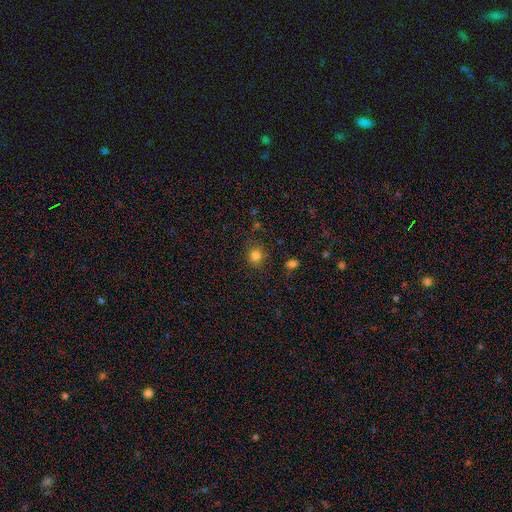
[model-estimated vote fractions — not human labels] Morphology: type=smooth (82%); roundness=round (84%); merging=none (84%).